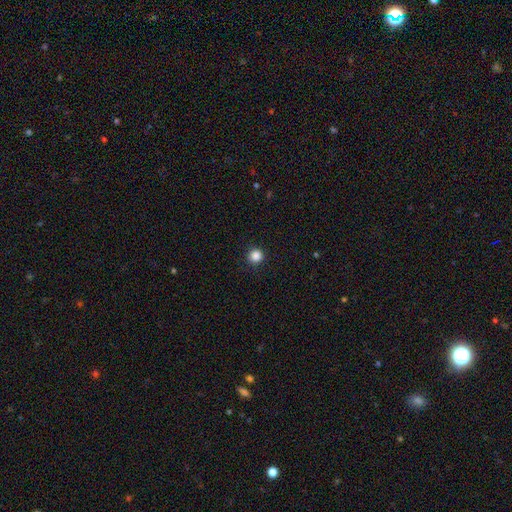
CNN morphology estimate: smooth 86%, star or artifact 11%, featured or disk 3%. Down the decision tree: how rounded — round (95%); merging — none (92%).